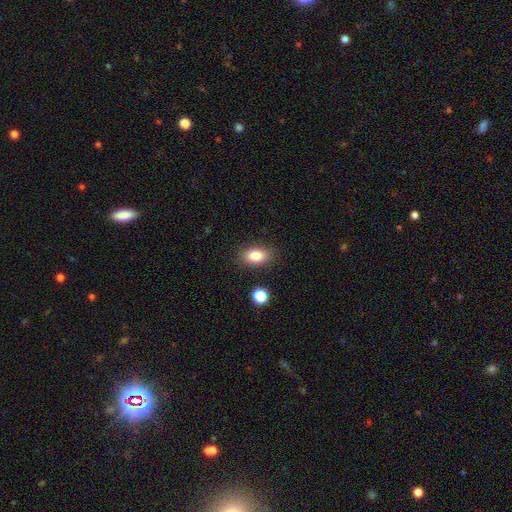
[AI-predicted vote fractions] Smooth or featured? Predicted: smooth (p=0.84). How rounded? Predicted: in between (p=0.87). Merging? Predicted: none (p=0.85).